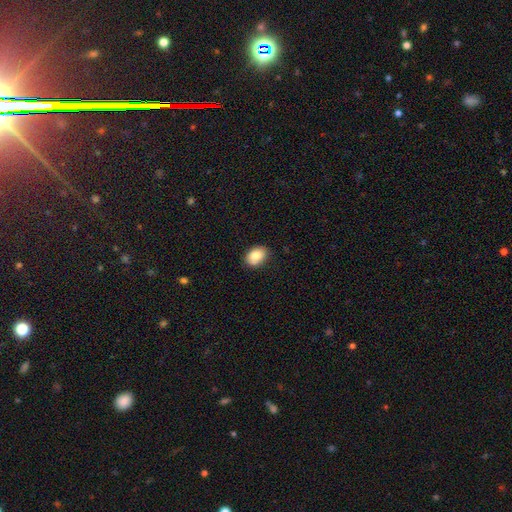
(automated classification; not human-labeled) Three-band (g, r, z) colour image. It shows a smooth galaxy with no disk features (84%) that is in between round and cigar-shaped (75%). Merging: none (81%).